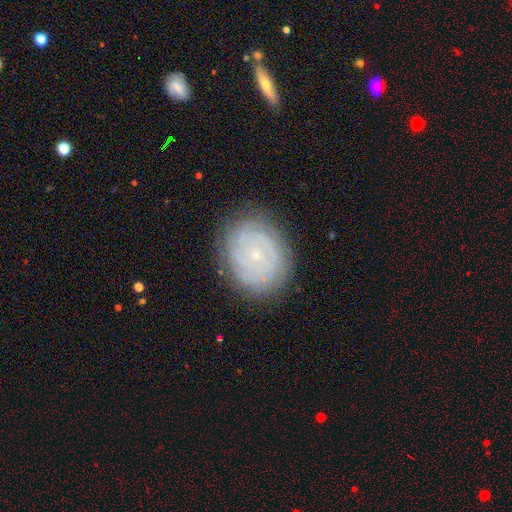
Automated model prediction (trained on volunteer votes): This appears to be a featured or disk galaxy (68%) with no bar (84%), tight (81%) spiral arms (87%) and a small central bulge (86%). Merging: none (83%).